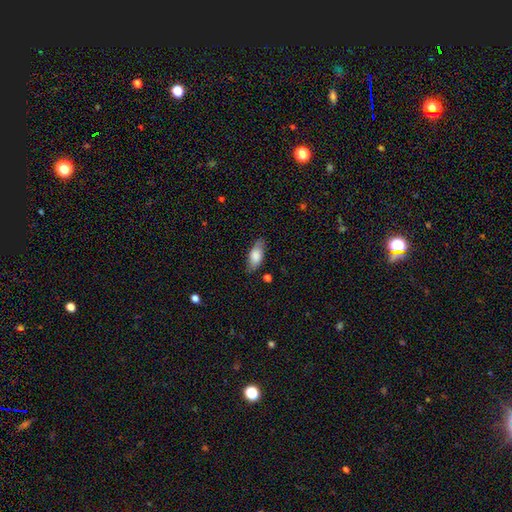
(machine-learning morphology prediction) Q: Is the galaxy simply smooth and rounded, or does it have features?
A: smooth — 79%.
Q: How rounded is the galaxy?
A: in between — 83%.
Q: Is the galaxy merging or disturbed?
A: none — 79%.